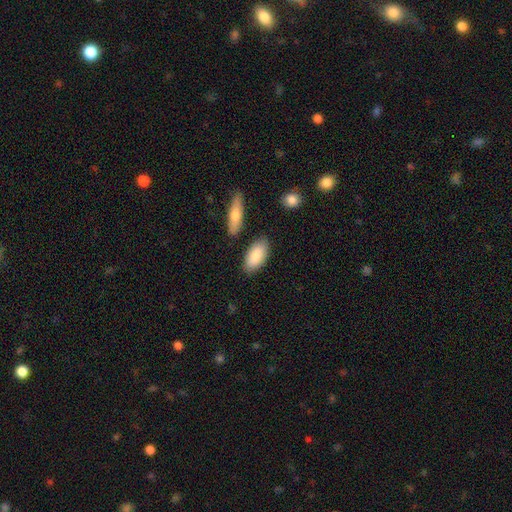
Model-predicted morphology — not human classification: The model was most divided on "merging": none: 81%, minor disturbance: 12%, merger: 5%, major disturbance: 3%. More confident: how rounded — in between (91%); smooth or featured — smooth (85%).